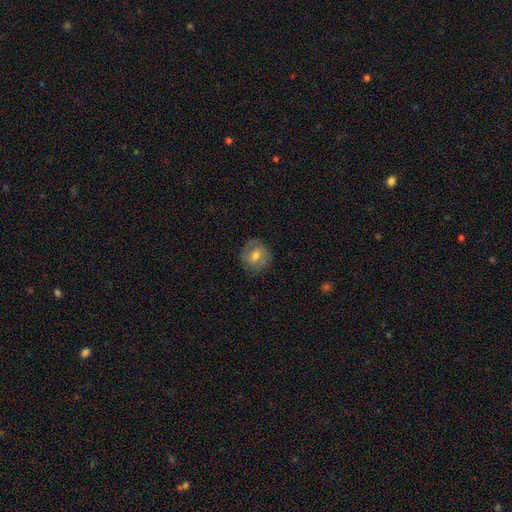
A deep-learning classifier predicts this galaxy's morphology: type=smooth (58%); roundness=round (88%); merging=none (82%).